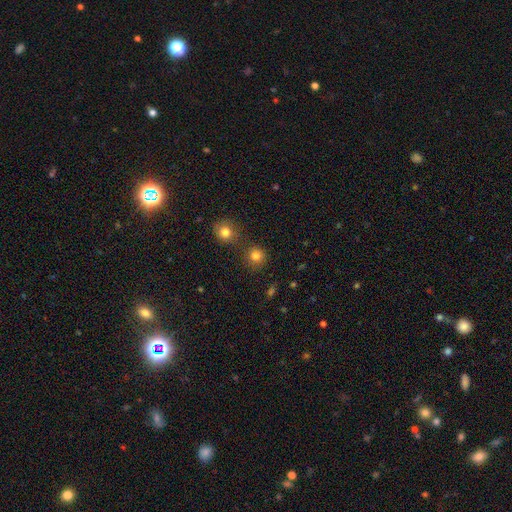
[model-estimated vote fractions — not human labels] A smooth galaxy with no disk features (80%) that is round (92%).

Vote fractions:
- Smooth or featured? smooth: 80% / star or artifact: 14% / featured or disk: 6%
- How rounded? round: 92% / in between: 7% / cigar-shaped: 1%
- Merging? none: 75% / merger: 13% / minor disturbance: 8% / major disturbance: 3%